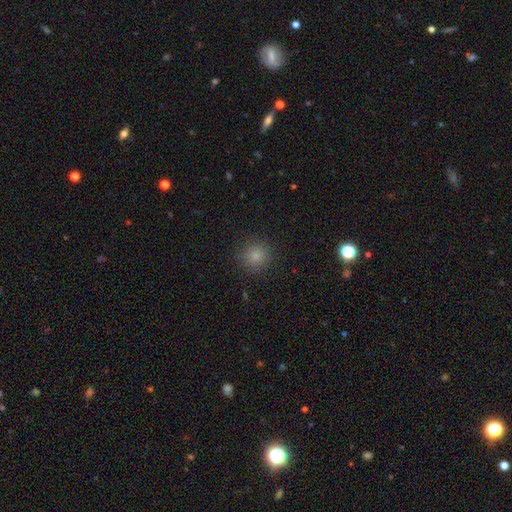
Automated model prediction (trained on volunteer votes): Q: Smooth or featured?
A: smooth (81%); runner-up: star or artifact (14%)
Q: How rounded?
A: round (94%); runner-up: in between (6%)
Q: Merging?
A: none (89%); runner-up: minor disturbance (8%)